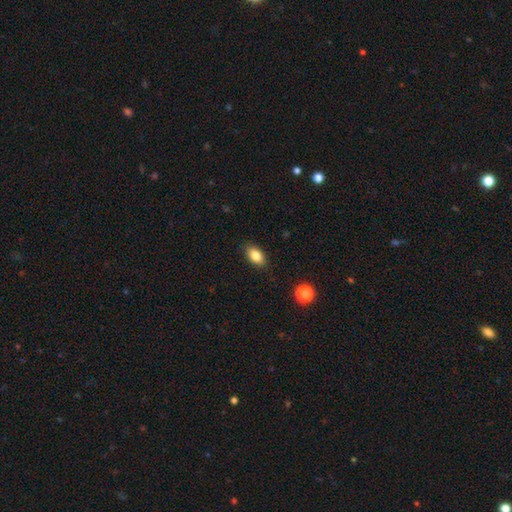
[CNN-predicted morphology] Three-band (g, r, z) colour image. It shows a smooth galaxy with no disk features (82%) that is in between round and cigar-shaped (88%). Merging: none (87%).